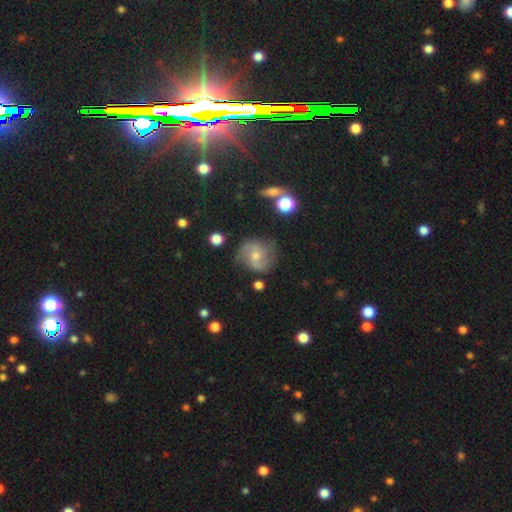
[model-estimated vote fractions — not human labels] Smooth or featured: featured or disk — 71% (smooth — 18%)
Edge-on disk: no — 97% (yes — 3%)
Bar: no — 59% (weak — 34%)
Spiral arms: yes — 92% (no — 8%)
Spiral winding: medium — 47% (tight — 27%)
Spiral arm count: 2 — 69% (can't tell — 12%)
Bulge size: moderate — 52% (small — 43%)
Merging: none — 75% (minor disturbance — 16%)